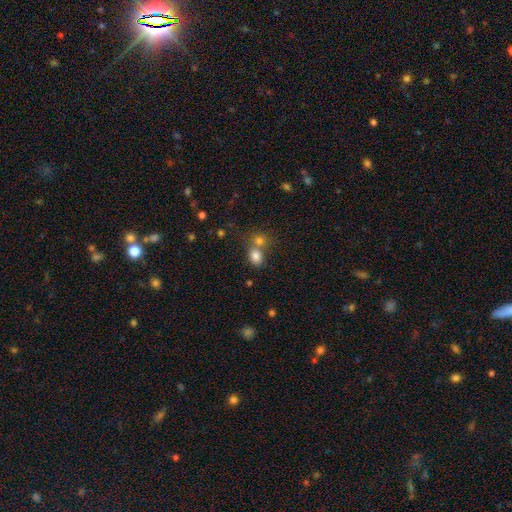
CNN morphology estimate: The model was most divided on "merging": merger: 45%, none: 42%, minor disturbance: 9%, major disturbance: 4%. More confident: smooth or featured — smooth (79%); how rounded — in between (56%).